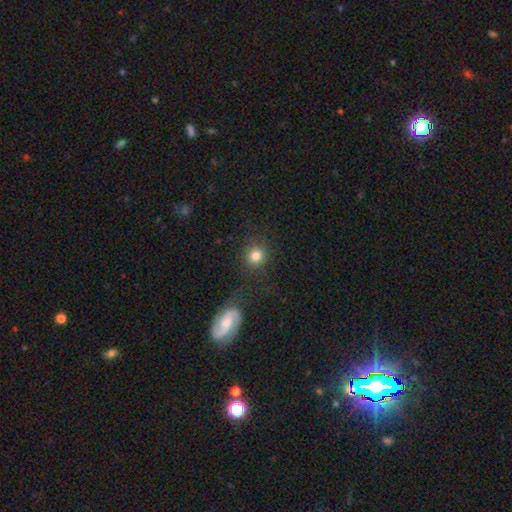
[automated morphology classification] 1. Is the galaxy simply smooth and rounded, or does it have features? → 80% smooth, 12% star or artifact, 8% featured or disk.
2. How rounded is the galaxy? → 89% round, 10% in between, 1% cigar-shaped.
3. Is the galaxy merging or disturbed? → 79% none, 10% minor disturbance, 6% major disturbance, 5% merger.